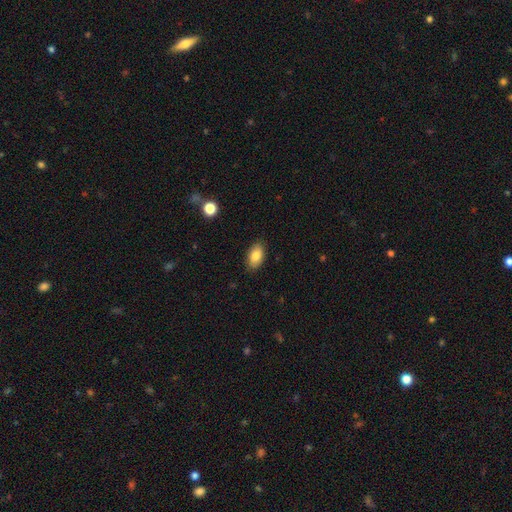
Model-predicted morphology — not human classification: This appears to be a smooth galaxy with no disk features (84%) that is in between round and cigar-shaped (92%). Merging: none (88%).